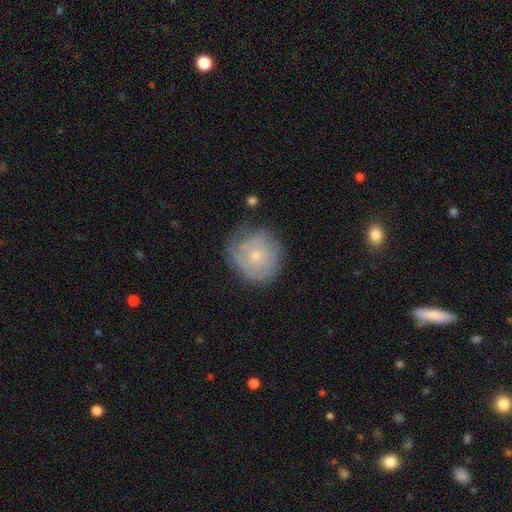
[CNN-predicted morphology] smooth_or_featured: smooth (p=0.47) [alt: featured or disk p=0.45]
merging: none (p=0.63) [alt: minor disturbance p=0.26]